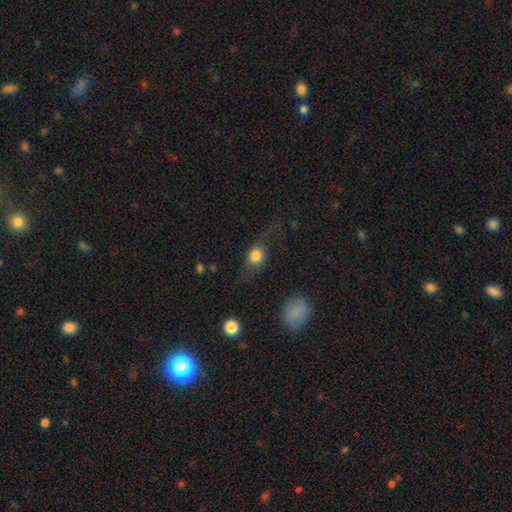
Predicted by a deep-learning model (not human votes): The model was most divided on "how rounded": round: 58%, in between: 35%, cigar-shaped: 7%. More confident: smooth or featured — smooth (60%); merging — none (54%).